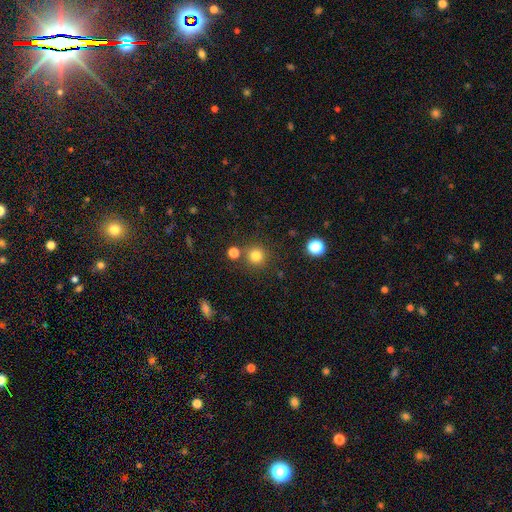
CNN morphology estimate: The model was most divided on "smooth or featured": smooth: 81%, star or artifact: 14%, featured or disk: 5%. More confident: how rounded — round (93%); merging — none (82%).